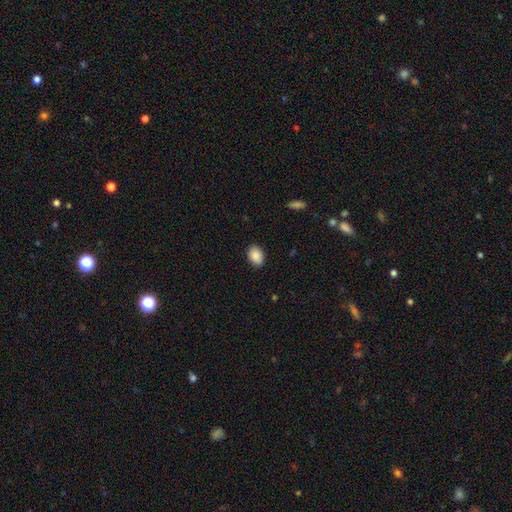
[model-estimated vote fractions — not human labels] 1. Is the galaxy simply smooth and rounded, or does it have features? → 89% smooth, 7% star or artifact, 4% featured or disk.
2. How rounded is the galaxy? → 80% in between, 19% round, 1% cigar-shaped.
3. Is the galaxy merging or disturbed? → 88% none, 9% minor disturbance, 2% major disturbance, 1% merger.